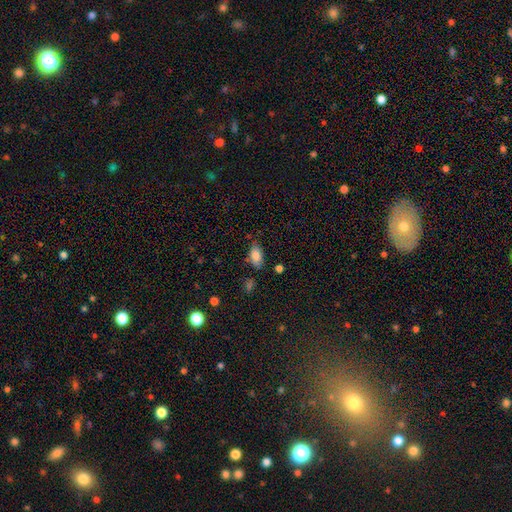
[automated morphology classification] Smooth or featured?
  - smooth: 83% *
  - featured or disk: 9%
  - star or artifact: 8%
How rounded?
  - in between: 90% *
  - cigar-shaped: 5%
  - round: 5%
Merging?
  - none: 74% *
  - minor disturbance: 18%
  - major disturbance: 4%
  - merger: 4%